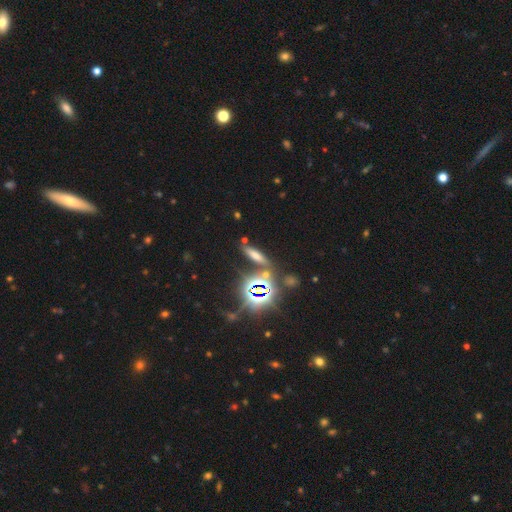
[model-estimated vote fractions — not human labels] Overall: smooth (49%; star or artifact 36%). Merging: none (73%).